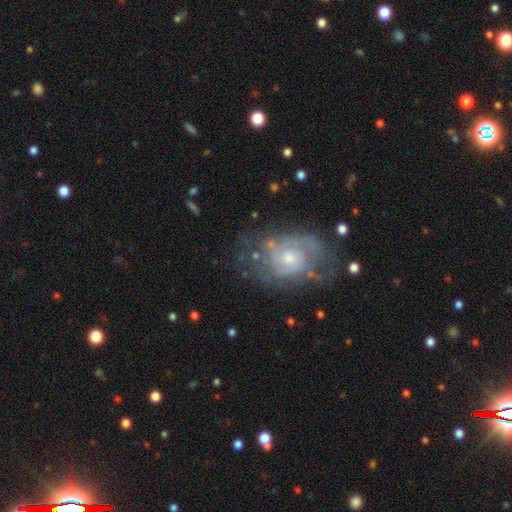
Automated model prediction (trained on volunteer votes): Smooth or featured? featured or disk (77%)
Edge-on disk? no (97%)
Bar? no (74%)
Spiral arms? yes (84%)
Spiral winding? tight (52%)
Spiral arm count? 2 (42%)
Bulge size? small (47%)
Merging? none (57%)